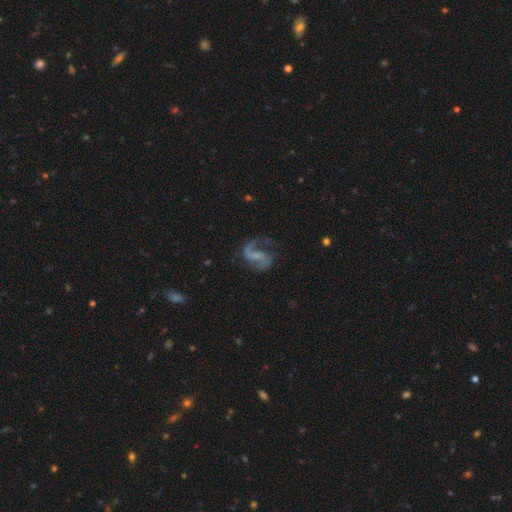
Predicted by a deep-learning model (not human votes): Smooth or featured: featured or disk — 88% (smooth — 6%)
Edge-on disk: no — 98% (yes — 2%)
Bar: weak — 48% (no — 31%)
Spiral arms: yes — 96% (no — 4%)
Spiral winding: loose — 52% (medium — 41%)
Spiral arm count: 2 — 84% (1 — 11%)
Bulge size: none — 45% (small — 38%)
Merging: none — 65% (minor disturbance — 17%)